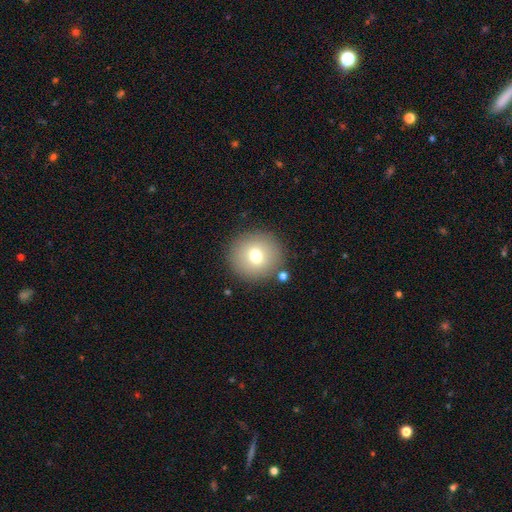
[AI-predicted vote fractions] A smooth galaxy with no disk features (74%) that is round (95%).

Vote fractions:
- Smooth or featured? smooth: 74% / featured or disk: 15% / star or artifact: 11%
- How rounded? round: 95% / in between: 4% / cigar-shaped: 1%
- Merging? none: 87% / minor disturbance: 7% / merger: 3% / major disturbance: 3%